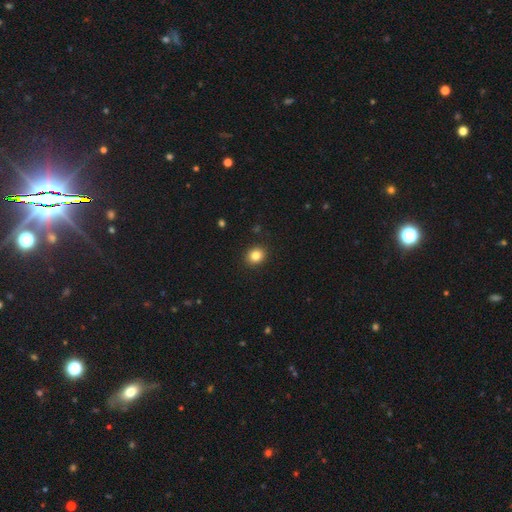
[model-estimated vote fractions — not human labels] A smooth galaxy with no disk features (84%) that is round (75%). Merging: none (91%).